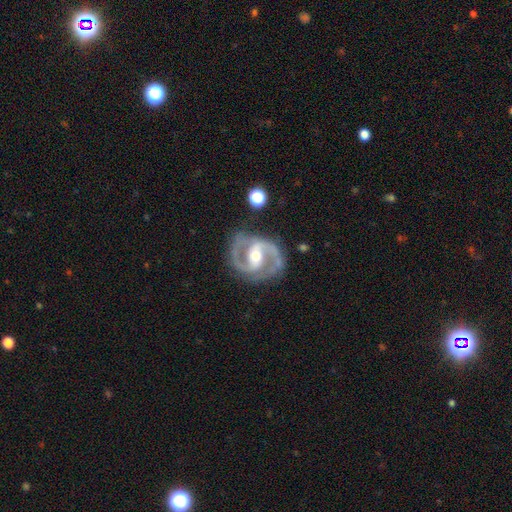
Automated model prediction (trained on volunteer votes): featured or disk 92%, star or artifact 4%, smooth 3%. Down the decision tree: edge-on disk — no (98%); bar — strong (42%); spiral arms — yes (98%); spiral arm count — 2 (93%); spiral winding — medium (63%); bulge size — moderate (69%); merging — none (81%).